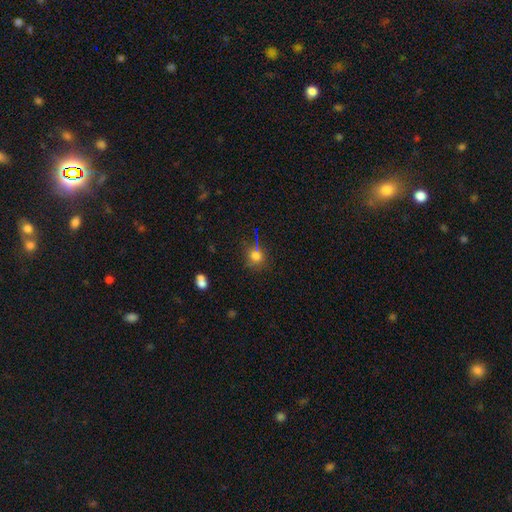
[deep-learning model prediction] smooth-or-featured: smooth: 68% | star or artifact: 22% | featured or disk: 10%
  how-rounded: round: 76% | in between: 21% | cigar-shaped: 2%
  merging: none: 69% | minor disturbance: 16% | merger: 8% | major disturbance: 7%